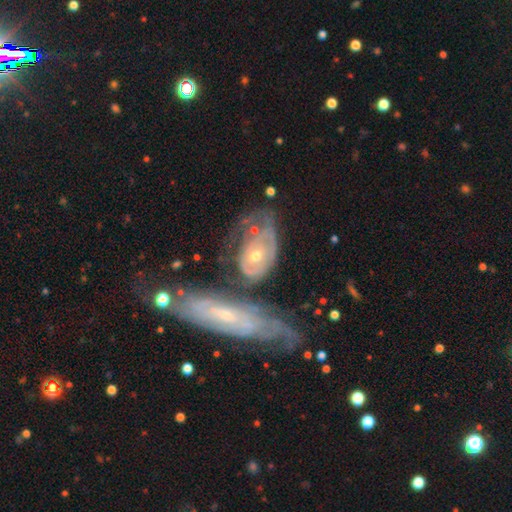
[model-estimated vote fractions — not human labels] smooth-or-featured: featured or disk: 70% | smooth: 24% | star or artifact: 6%
  disk-edge-on: no: 89% | yes: 11%
    bar: no: 81% | weak: 15% | strong: 4%
    has-spiral-arms: yes: 65% | no: 35%
    bulge-size: moderate: 53% | small: 41% | large: 3% | none: 2% | dominant: 1%
  merging: none: 33% | merger: 28% | minor disturbance: 21% | major disturbance: 17%